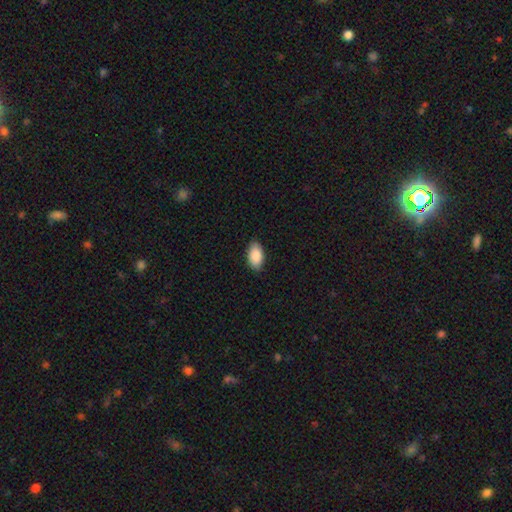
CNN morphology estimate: A smooth galaxy with no disk features (90%) that is in between round and cigar-shaped (95%). Merging: none (87%).